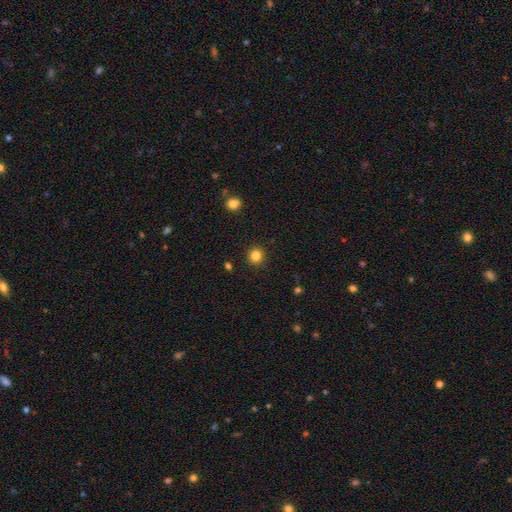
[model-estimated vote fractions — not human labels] The model was most divided on "smooth or featured": smooth: 83%, star or artifact: 12%, featured or disk: 5%. More confident: merging — none (92%); how rounded — round (91%).